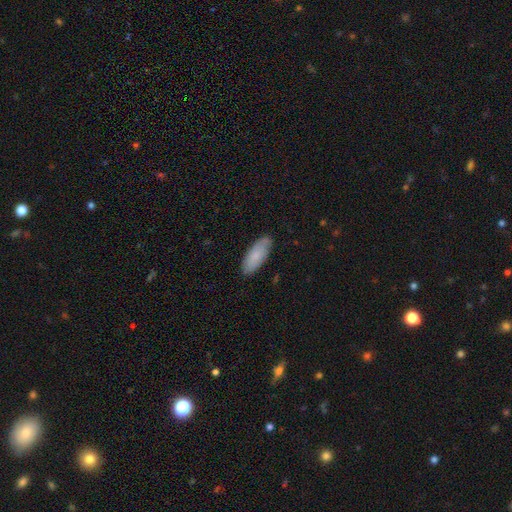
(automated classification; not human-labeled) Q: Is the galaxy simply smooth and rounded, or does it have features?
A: smooth — 77%.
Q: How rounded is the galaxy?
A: in between — 76%.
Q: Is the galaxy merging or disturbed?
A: none — 83%.